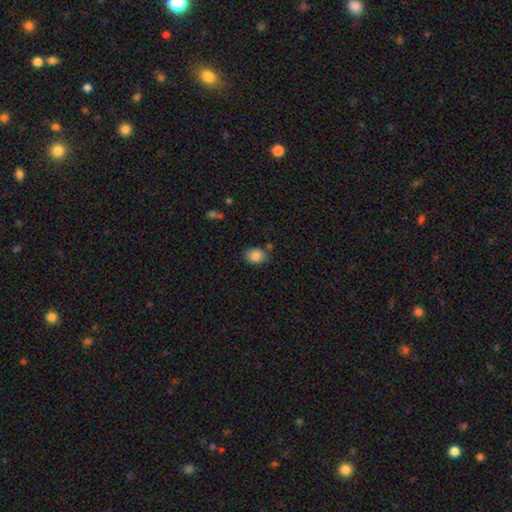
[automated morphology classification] A smooth galaxy with no disk features (85%) that is in between round and cigar-shaped (65%).

Vote fractions:
- Smooth or featured? smooth: 85% / star or artifact: 8% / featured or disk: 7%
- How rounded? in between: 65% / round: 34% / cigar-shaped: 1%
- Merging? none: 74% / minor disturbance: 17% / merger: 6% / major disturbance: 4%